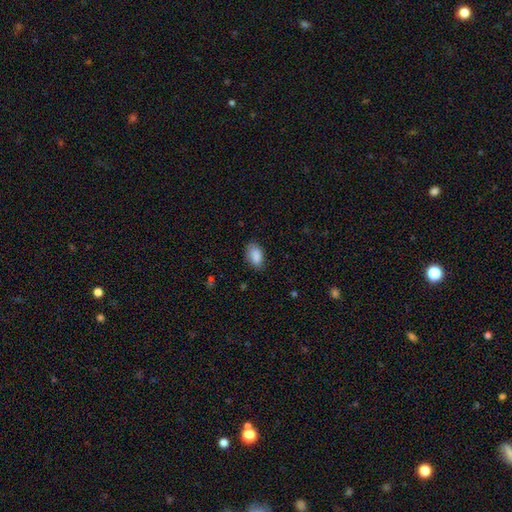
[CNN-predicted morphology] This is clearly a smooth galaxy (88%). How rounded: clearly in between (91%). Merging: likely none (77%).